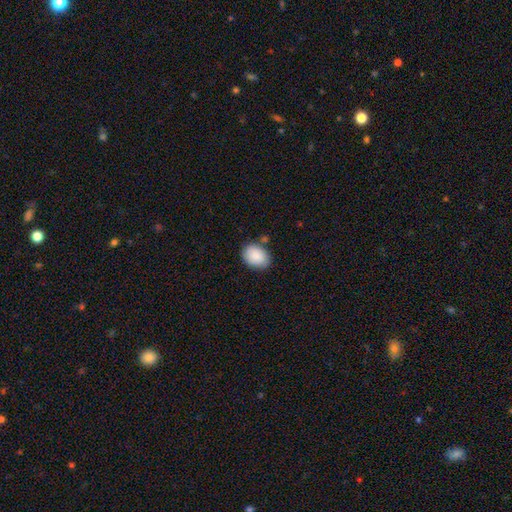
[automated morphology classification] Q: Smooth or featured?
A: smooth (89%); runner-up: star or artifact (7%)
Q: How rounded?
A: in between (73%); runner-up: round (26%)
Q: Merging?
A: none (76%); runner-up: minor disturbance (16%)